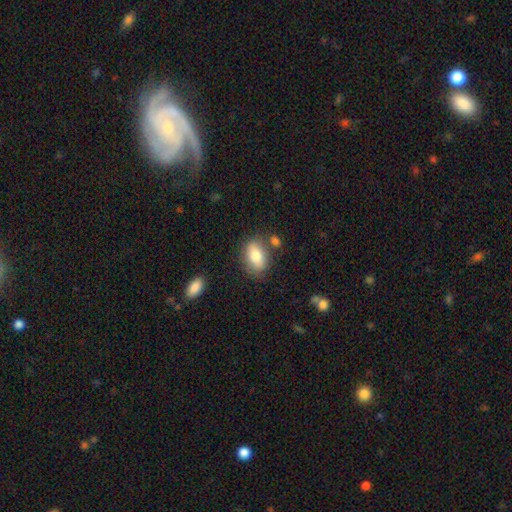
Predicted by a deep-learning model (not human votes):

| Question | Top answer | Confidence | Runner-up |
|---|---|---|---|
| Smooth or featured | smooth | 78% | featured or disk (14%) |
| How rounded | in between | 83% | round (14%) |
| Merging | none | 72% | minor disturbance (16%) |